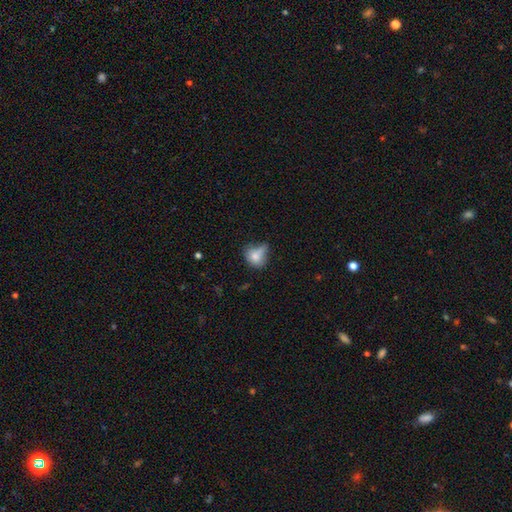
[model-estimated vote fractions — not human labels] Smooth or featured: smooth — 73% (featured or disk — 16%)
How rounded: in between — 55% (round — 42%)
Merging: none — 35% (minor disturbance — 34%)